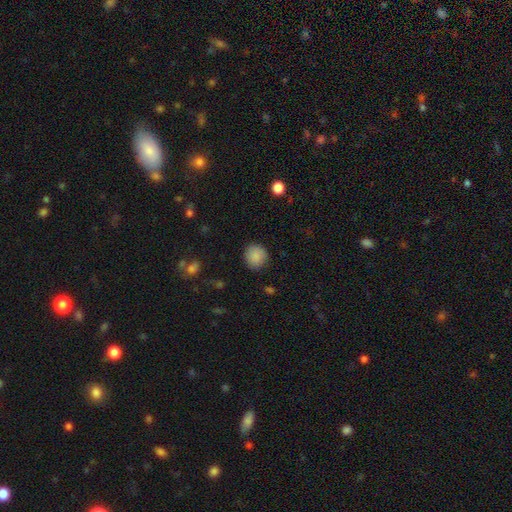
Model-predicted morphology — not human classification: This appears to be a smooth galaxy with no disk features (88%) that is round (88%). Merging: none (87%).